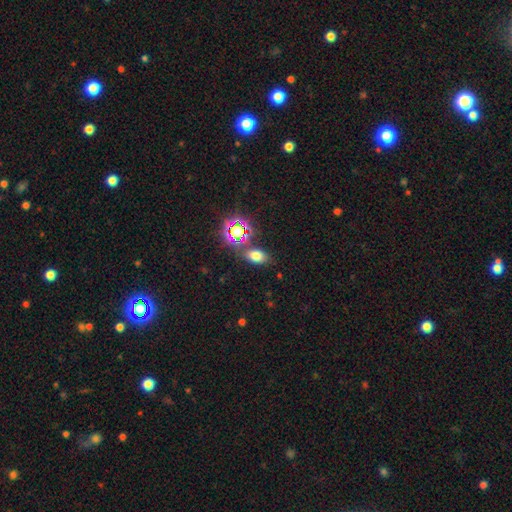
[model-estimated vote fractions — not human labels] This is likely a smooth galaxy (68%). How rounded: clearly in between (81%). Merging: likely none (78%).